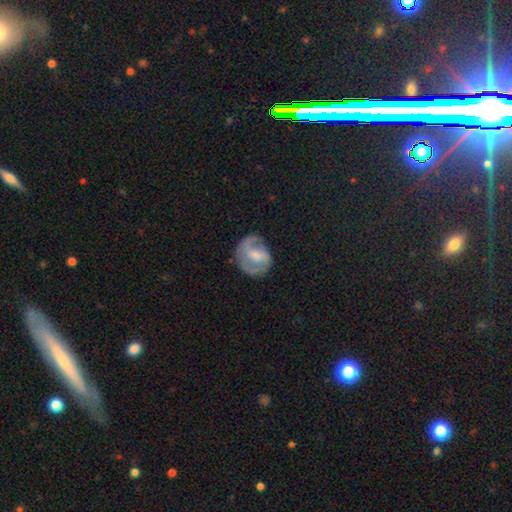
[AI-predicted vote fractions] smooth-or-featured: featured or disk: 58% | smooth: 35% | star or artifact: 7%
  disk-edge-on: no: 97% | yes: 3%
    bar: weak: 47% | no: 32% | strong: 21%
    has-spiral-arms: yes: 73% | no: 27%
    bulge-size: moderate: 41% | small: 28% | none: 18% | large: 11% | dominant: 2%
  merging: none: 66% | minor disturbance: 20% | major disturbance: 12% | merger: 2%